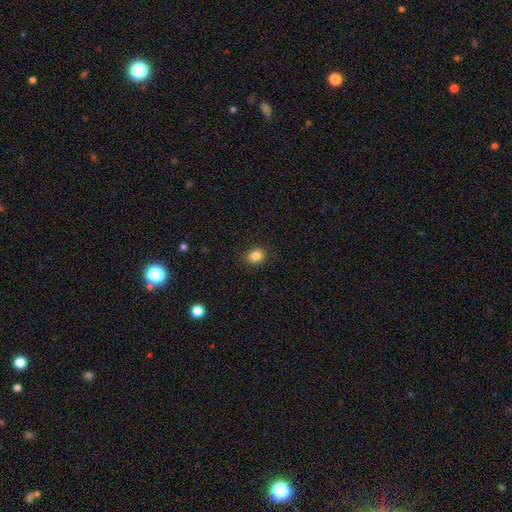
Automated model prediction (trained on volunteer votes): This is clearly a smooth galaxy (84%). How rounded: possibly round (57%). Merging: clearly none (86%).